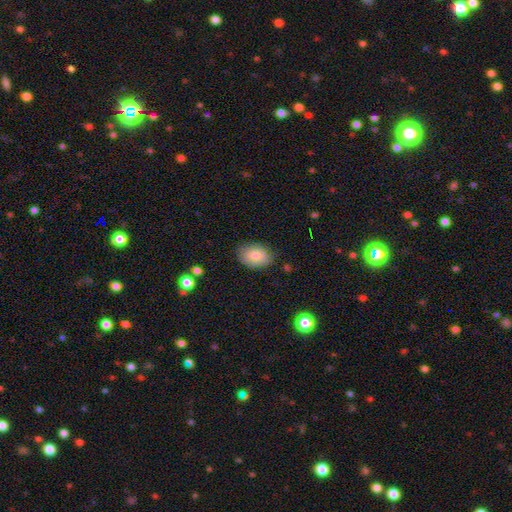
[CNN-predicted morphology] Smooth or featured: smooth — 82% (featured or disk — 10%)
How rounded: in between — 78% (round — 21%)
Merging: none — 76% (minor disturbance — 19%)